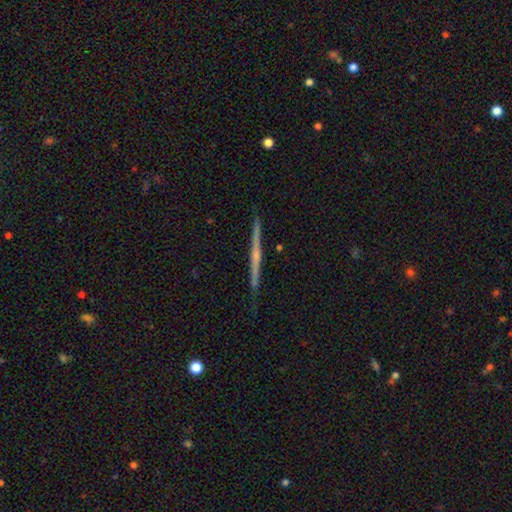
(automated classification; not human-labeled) This is likely a featured or disk galaxy (67%). It is clearly viewed edge-on (97%). Edge-on bulge: possibly none (51%). Merging: clearly none (91%).